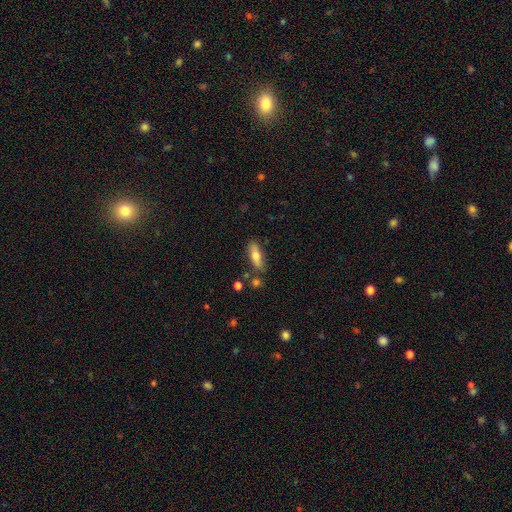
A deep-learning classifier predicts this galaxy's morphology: Q: Smooth or featured?
A: smooth (71%); runner-up: featured or disk (22%)
Q: How rounded?
A: in between (58%); runner-up: cigar-shaped (39%)
Q: Merging?
A: none (78%); runner-up: minor disturbance (14%)